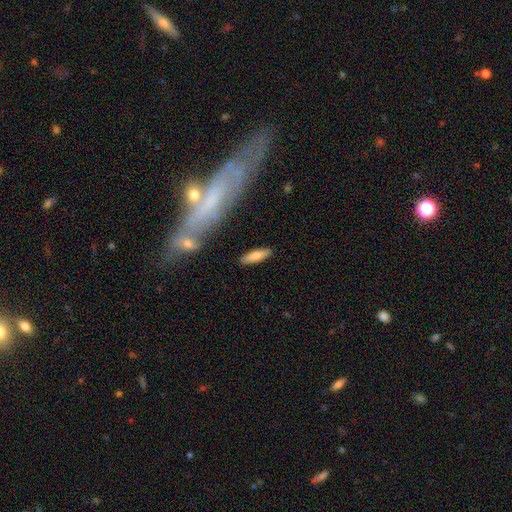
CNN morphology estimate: A smooth galaxy with no disk features (73%) that is cigar-shaped (57%).

Vote fractions:
- Smooth or featured? smooth: 73% / featured or disk: 20% / star or artifact: 6%
- How rounded? cigar-shaped: 57% / in between: 41% / round: 2%
- Merging? none: 86% / minor disturbance: 9% / merger: 3% / major disturbance: 2%